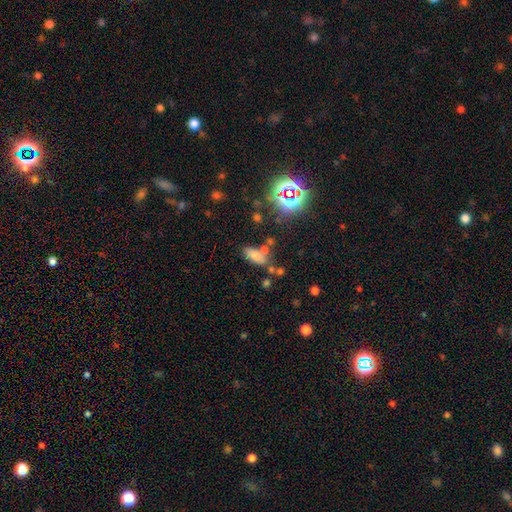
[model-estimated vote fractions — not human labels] A smooth galaxy with no disk features (70%) that is in between round and cigar-shaped (83%).

Vote fractions:
- Smooth or featured? smooth: 70% / star or artifact: 19% / featured or disk: 12%
- How rounded? in between: 83% / cigar-shaped: 12% / round: 5%
- Merging? none: 58% / merger: 20% / minor disturbance: 16% / major disturbance: 6%